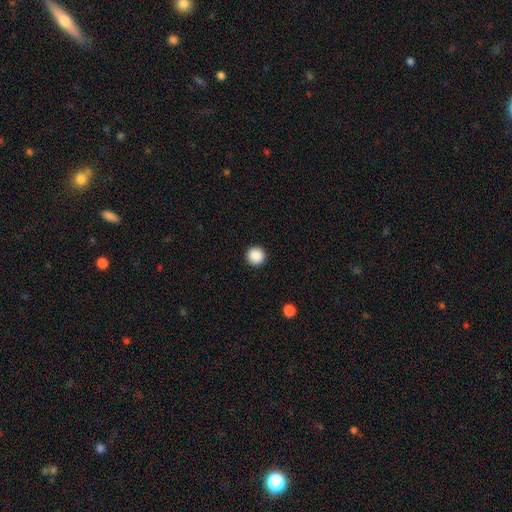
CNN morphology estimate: Smooth or featured? Predicted: smooth (p=0.89). How rounded? Predicted: round (p=0.95). Merging? Predicted: none (p=0.93).